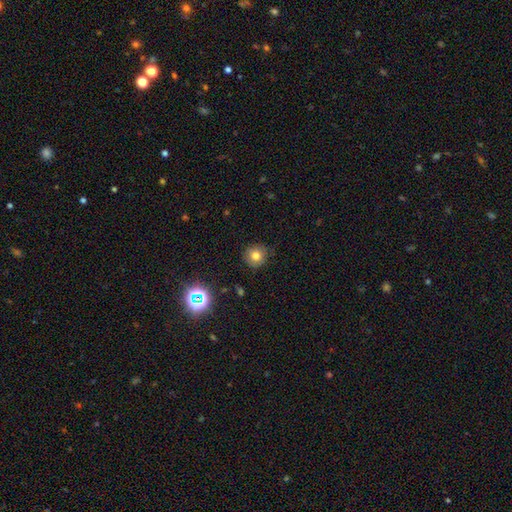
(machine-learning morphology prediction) A smooth galaxy with no disk features (75%) that is round (92%).

Vote fractions:
- Smooth or featured? smooth: 75% / star or artifact: 15% / featured or disk: 9%
- How rounded? round: 92% / in between: 8% / cigar-shaped: 1%
- Merging? none: 85% / minor disturbance: 11% / major disturbance: 3% / merger: 1%